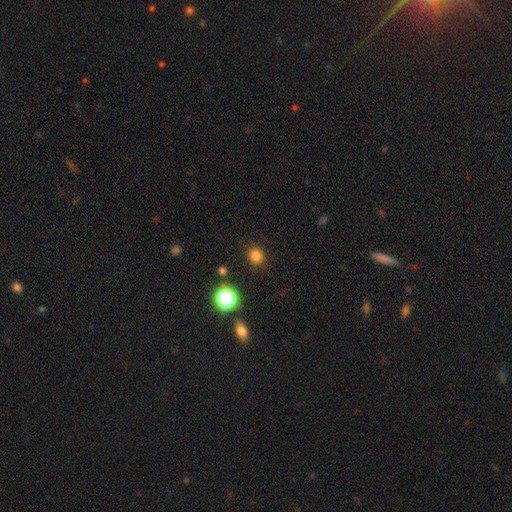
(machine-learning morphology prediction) This is likely a smooth galaxy (80%). How rounded: clearly round (82%). Merging: clearly none (89%).